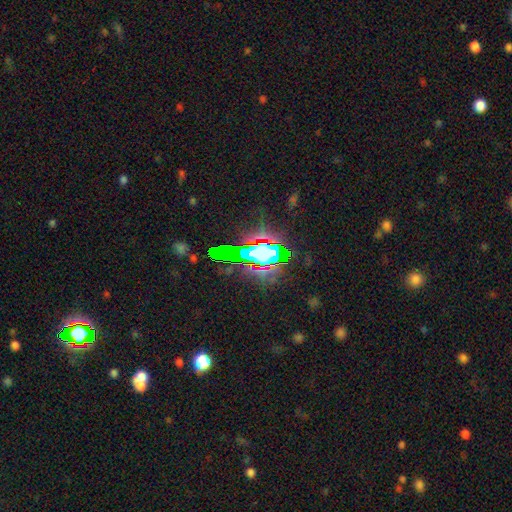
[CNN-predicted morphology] The model was most divided on "smooth or featured": star or artifact: 66%, smooth: 18%, featured or disk: 16%.